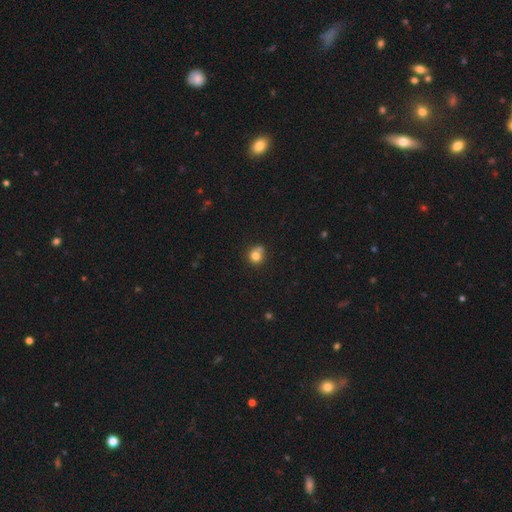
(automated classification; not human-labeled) A smooth galaxy with no disk features (78%) that is round (85%). Merging: none (58%).